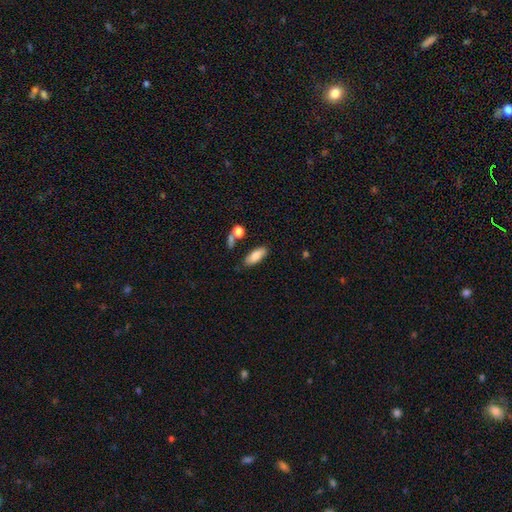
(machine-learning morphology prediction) Smooth or featured: smooth — 80% (featured or disk — 13%)
How rounded: in between — 77% (cigar-shaped — 20%)
Merging: none — 76% (minor disturbance — 14%)